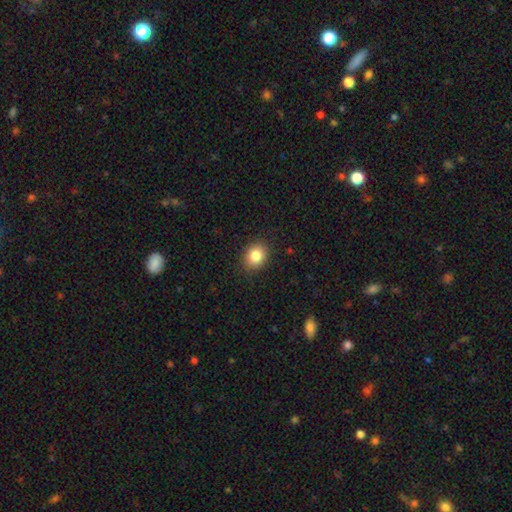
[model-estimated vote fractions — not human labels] Morphology: type=smooth (84%); roundness=round (54%); merging=none (88%).